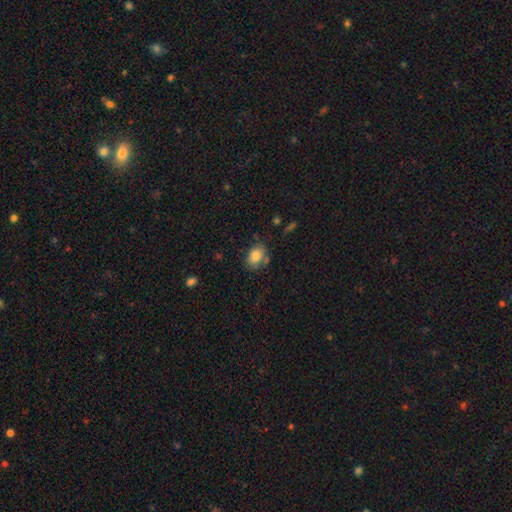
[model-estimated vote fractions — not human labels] Smooth or featured: smooth — 83% (star or artifact — 9%)
How rounded: in between — 77% (round — 22%)
Merging: none — 63% (minor disturbance — 22%)